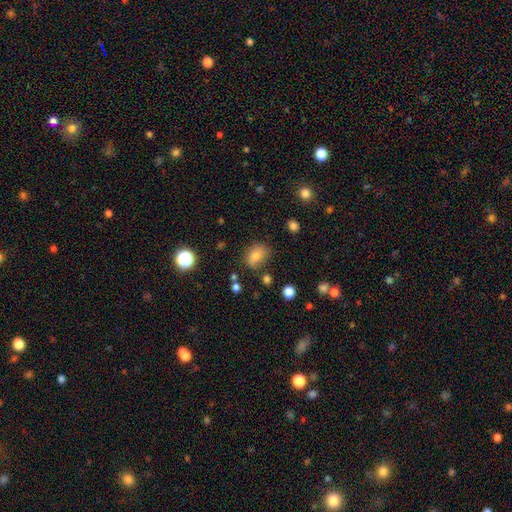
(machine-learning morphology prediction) Overall: smooth (77%). How rounded: in between (71%). Merging: none (72%).